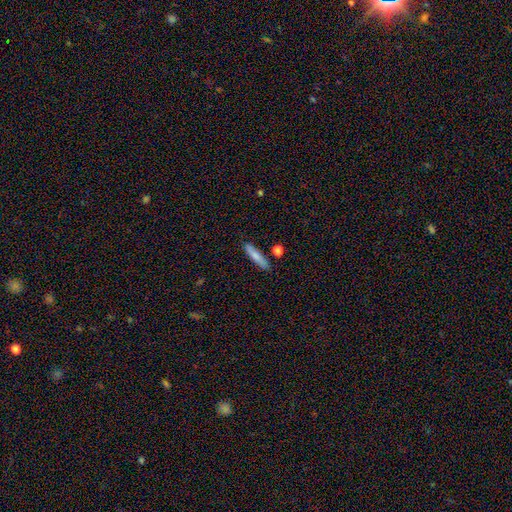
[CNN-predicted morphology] A smooth galaxy with no disk features (78%) that is cigar-shaped (83%).

Vote fractions:
- Smooth or featured? smooth: 78% / featured or disk: 16% / star or artifact: 6%
- How rounded? cigar-shaped: 83% / in between: 15% / round: 2%
- Merging? none: 83% / minor disturbance: 10% / merger: 4% / major disturbance: 2%